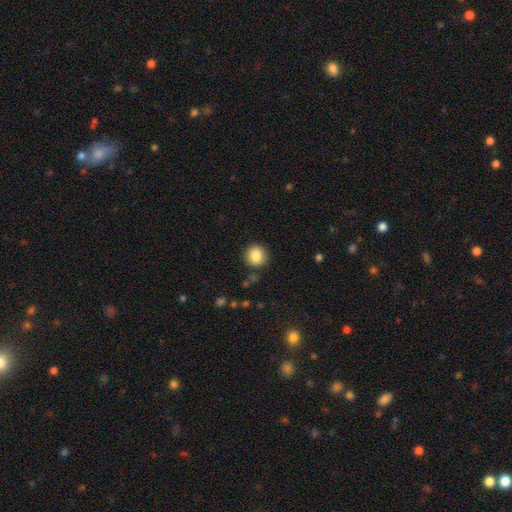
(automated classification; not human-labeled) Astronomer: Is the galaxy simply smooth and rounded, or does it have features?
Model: smooth — 86%.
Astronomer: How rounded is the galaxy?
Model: round — 84%.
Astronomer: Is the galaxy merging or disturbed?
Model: none — 89%.